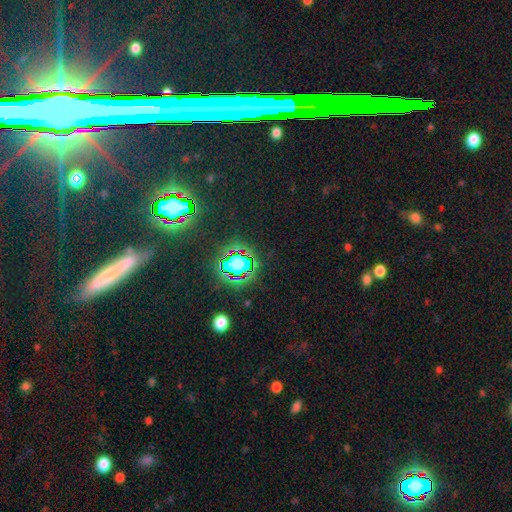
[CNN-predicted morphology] The model was most divided on "smooth or featured": star or artifact: 71%, featured or disk: 16%, smooth: 14%.